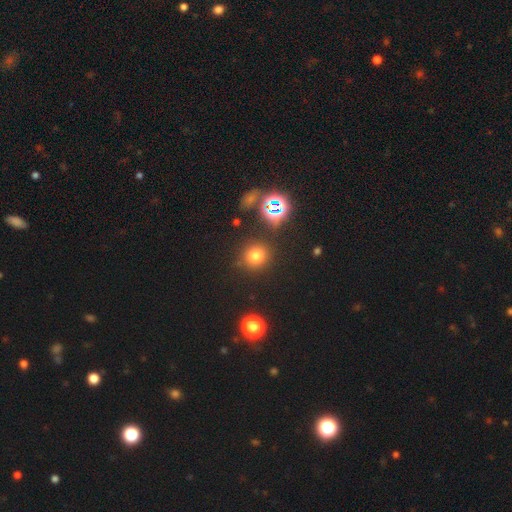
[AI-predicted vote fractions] Smooth or featured? smooth (69%)
How rounded? round (89%)
Merging? none (86%)